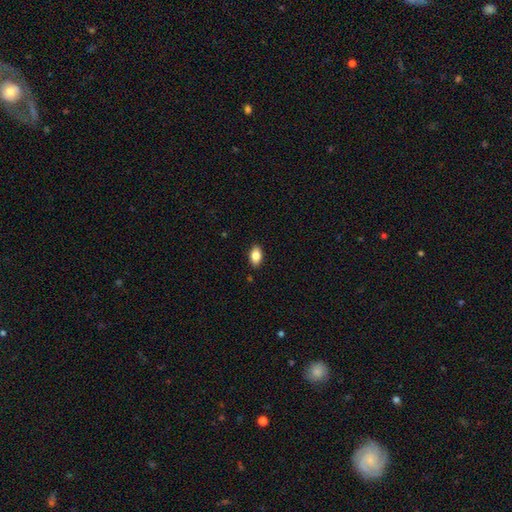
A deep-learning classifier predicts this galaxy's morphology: smooth-or-featured: smooth: 84% | featured or disk: 8% | star or artifact: 8%
  how-rounded: in between: 91% | round: 7% | cigar-shaped: 3%
  merging: none: 88% | minor disturbance: 9% | major disturbance: 2% | merger: 1%